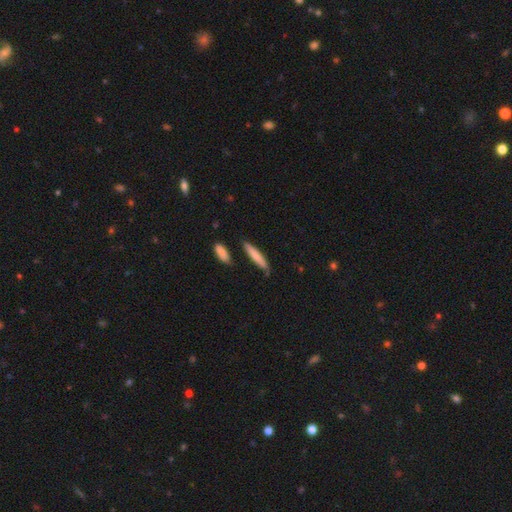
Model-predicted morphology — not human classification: smooth_or_featured: smooth (p=0.77) [alt: featured or disk p=0.18]
how_rounded: cigar-shaped (p=0.89) [alt: in between p=0.10]
merging: none (p=0.79) [alt: minor disturbance p=0.14]